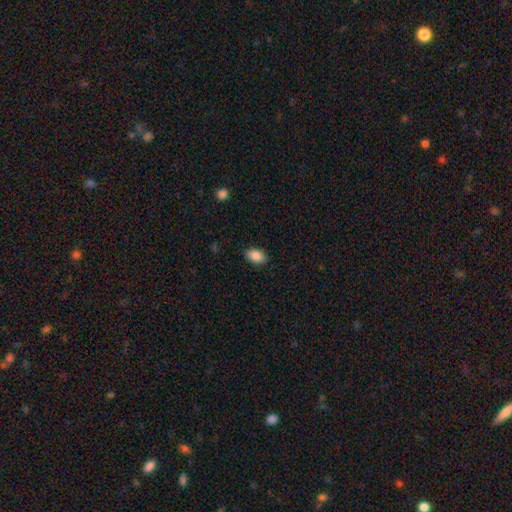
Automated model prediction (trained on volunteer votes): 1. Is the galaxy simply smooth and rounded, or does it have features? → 87% smooth, 8% star or artifact, 6% featured or disk.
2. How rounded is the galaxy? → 88% in between, 10% round, 2% cigar-shaped.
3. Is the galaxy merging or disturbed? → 87% none, 9% minor disturbance, 2% major disturbance, 1% merger.